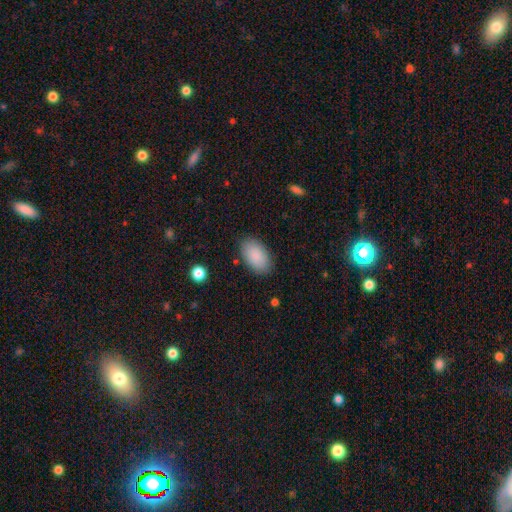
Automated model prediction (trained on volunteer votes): smooth_or_featured: smooth (p=0.89) [alt: star or artifact p=0.06]
how_rounded: in between (p=0.94) [alt: round p=0.05]
merging: none (p=0.86) [alt: minor disturbance p=0.11]